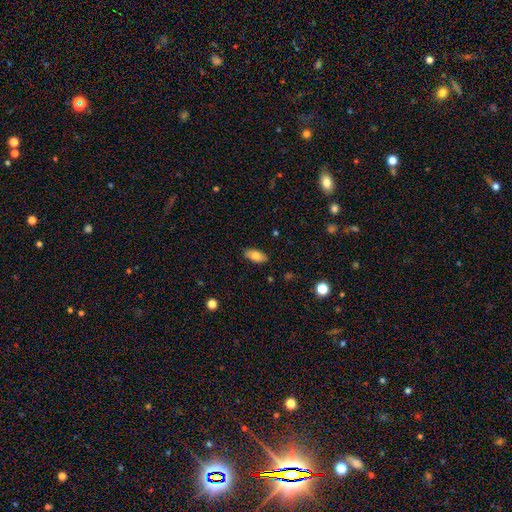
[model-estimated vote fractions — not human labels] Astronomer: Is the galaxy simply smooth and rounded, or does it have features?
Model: smooth — 78%.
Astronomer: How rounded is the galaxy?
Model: in between — 90%.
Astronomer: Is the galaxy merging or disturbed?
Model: none — 88%.